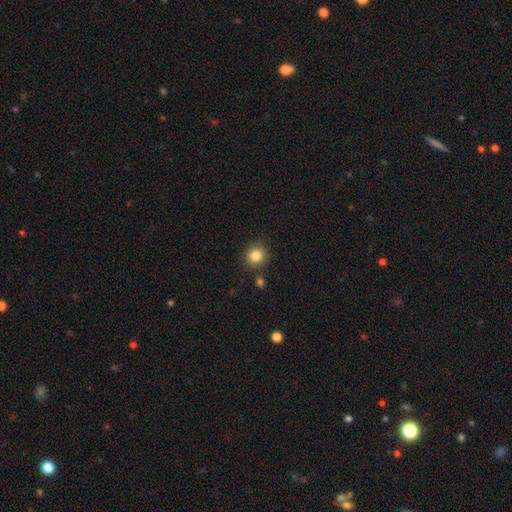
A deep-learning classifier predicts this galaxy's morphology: This appears to be a smooth galaxy with no disk features (84%) that is round (89%). Merging: none (84%).